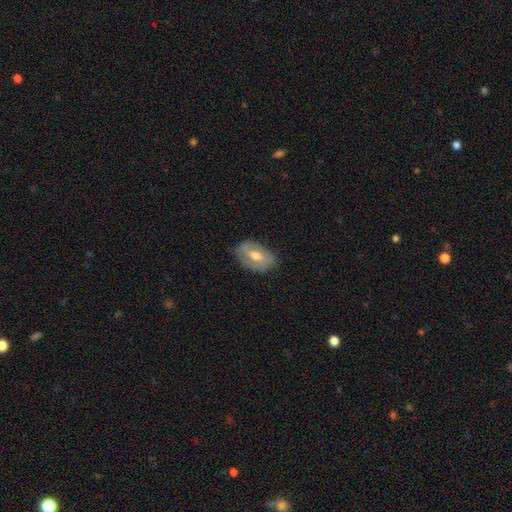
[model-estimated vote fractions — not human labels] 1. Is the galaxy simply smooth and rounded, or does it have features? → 55% featured or disk, 39% smooth, 7% star or artifact.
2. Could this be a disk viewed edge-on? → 93% no, 7% yes.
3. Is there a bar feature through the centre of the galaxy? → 43% weak, 37% no, 20% strong.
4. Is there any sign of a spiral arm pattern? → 56% yes, 44% no.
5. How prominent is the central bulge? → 73% moderate, 16% small, 9% large, 1% none, 1% dominant.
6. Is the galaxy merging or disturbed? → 74% none, 20% minor disturbance, 5% major disturbance, 1% merger.